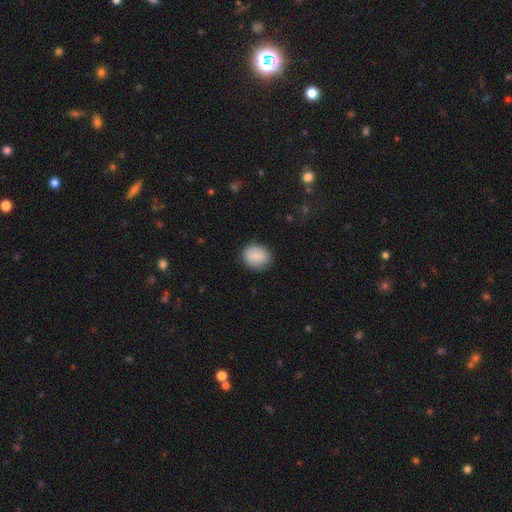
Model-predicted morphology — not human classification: A smooth galaxy with no disk features (86%) that is round (55%). Merging: none (81%).